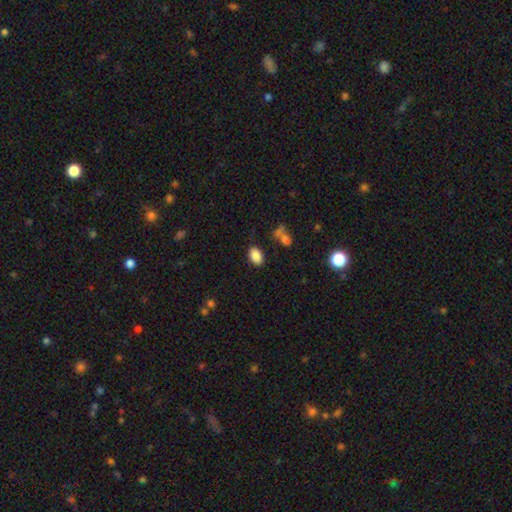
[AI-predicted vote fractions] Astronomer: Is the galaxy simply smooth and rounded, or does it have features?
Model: smooth — 86%.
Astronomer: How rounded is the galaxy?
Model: in between — 86%.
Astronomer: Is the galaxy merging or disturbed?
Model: none — 80%.